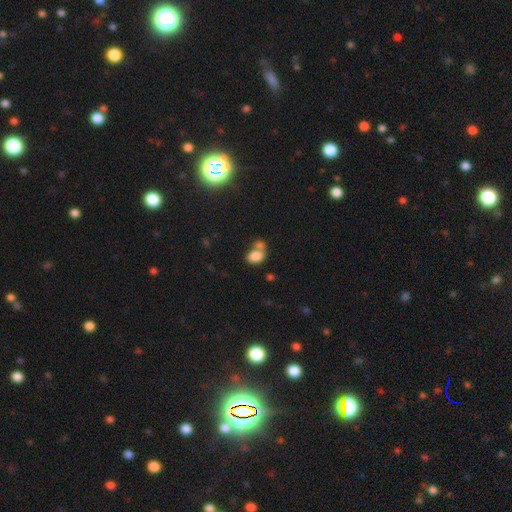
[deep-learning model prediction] Smooth or featured? smooth (81%)
How rounded? in between (79%)
Merging? merger (49%)